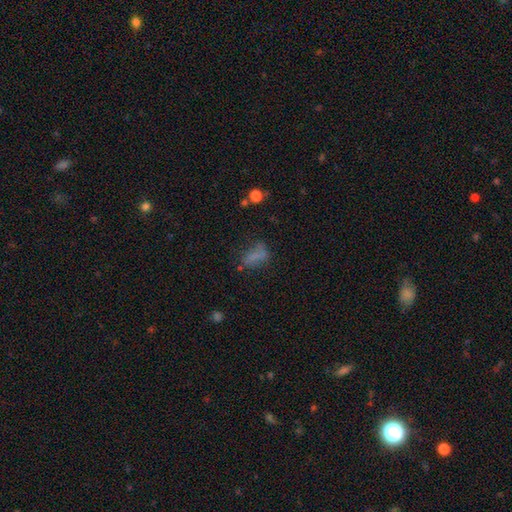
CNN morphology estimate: smooth 63%, featured or disk 19%, star or artifact 18%. Down the decision tree: how rounded — in between (79%); merging — none (44%).